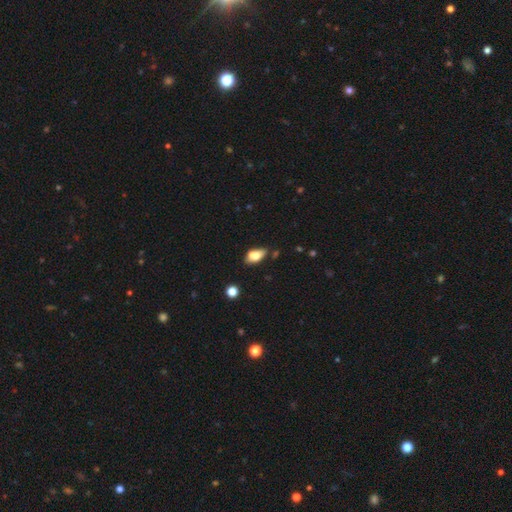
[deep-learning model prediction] A smooth galaxy with no disk features (69%) that is in between round and cigar-shaped (85%). Merging: none (53%).